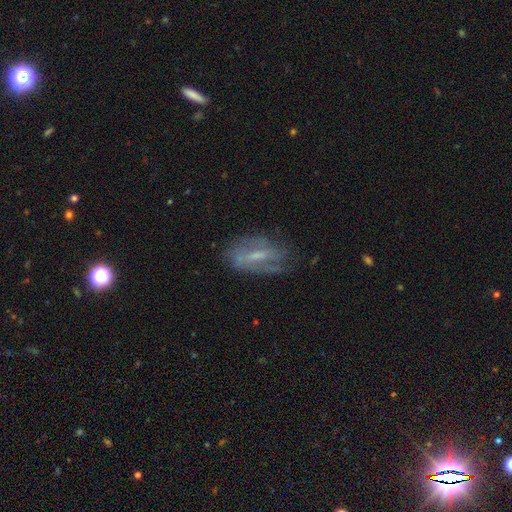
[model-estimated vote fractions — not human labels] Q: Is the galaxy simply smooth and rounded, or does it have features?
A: featured or disk — 66%.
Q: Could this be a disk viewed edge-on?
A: no — 87%.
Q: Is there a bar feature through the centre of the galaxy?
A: weak — 44%.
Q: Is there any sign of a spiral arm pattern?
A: yes — 67%.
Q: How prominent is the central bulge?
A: small — 46%.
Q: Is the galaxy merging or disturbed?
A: none — 60%.